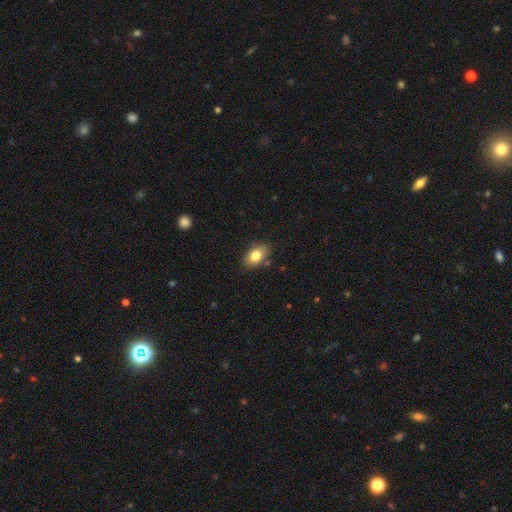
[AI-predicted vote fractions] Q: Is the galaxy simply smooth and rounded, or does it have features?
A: smooth — 81%.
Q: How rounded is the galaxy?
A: in between — 86%.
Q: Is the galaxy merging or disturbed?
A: none — 82%.